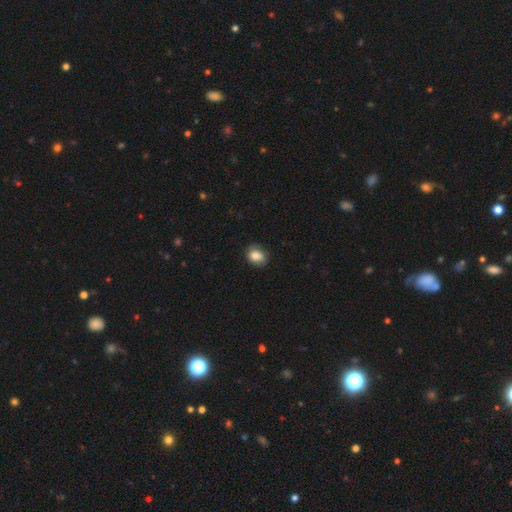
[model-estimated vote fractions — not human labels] Q: Smooth or featured?
A: smooth (82%); runner-up: featured or disk (10%)
Q: How rounded?
A: in between (53%); runner-up: round (46%)
Q: Merging?
A: none (77%); runner-up: minor disturbance (18%)